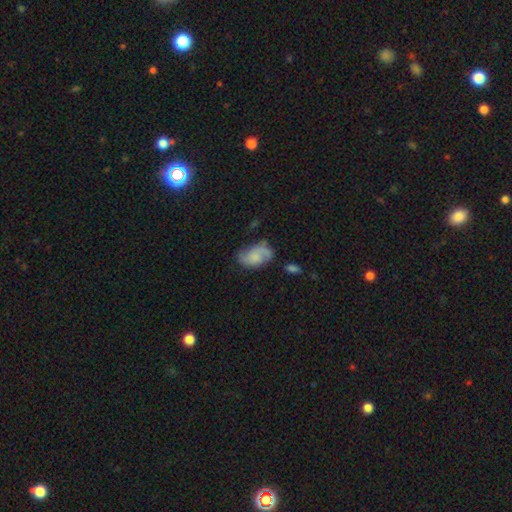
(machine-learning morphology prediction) Overall: featured or disk (49%; smooth 43%). Merging: none (55%; minor disturbance 28%).